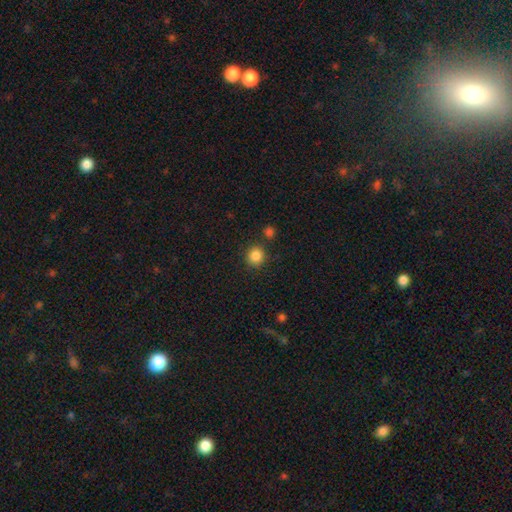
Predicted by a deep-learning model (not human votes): Smooth or featured? smooth (85%)
How rounded? round (87%)
Merging? none (85%)